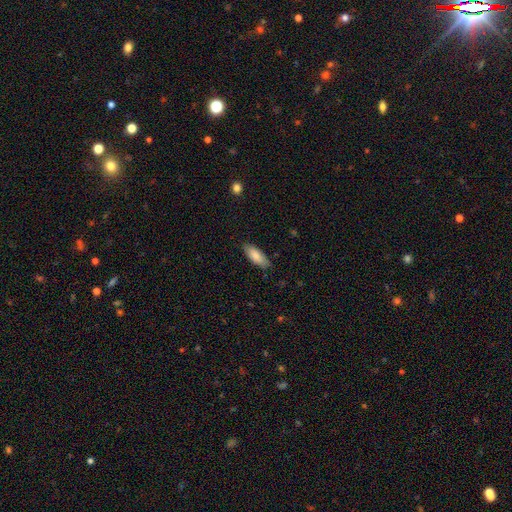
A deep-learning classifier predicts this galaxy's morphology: Smooth or featured?
  - smooth: 81% *
  - featured or disk: 13%
  - star or artifact: 6%
How rounded?
  - in between: 77% *
  - cigar-shaped: 22%
  - round: 2%
Merging?
  - none: 82% *
  - minor disturbance: 14%
  - major disturbance: 2%
  - merger: 1%